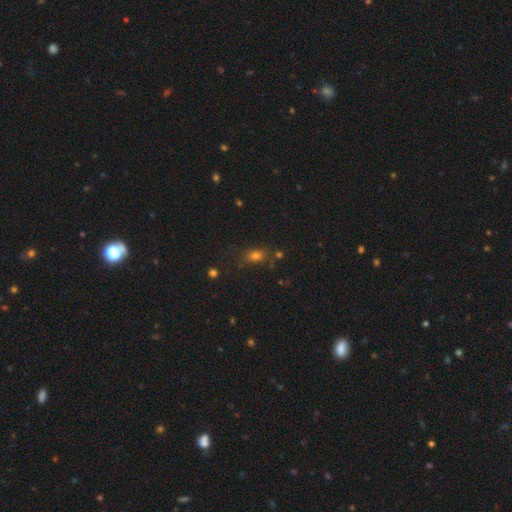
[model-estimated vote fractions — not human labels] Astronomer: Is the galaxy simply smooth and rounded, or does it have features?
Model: smooth — 71%.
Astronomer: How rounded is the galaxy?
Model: in between — 68%.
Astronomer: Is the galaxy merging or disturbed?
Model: none — 71%.